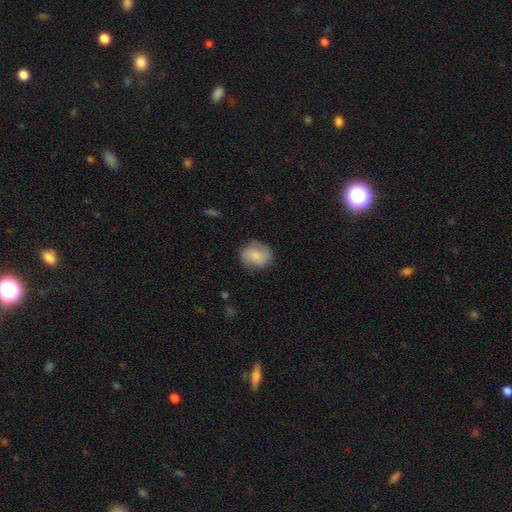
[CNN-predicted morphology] A smooth galaxy with no disk features (81%) that is round (58%). Merging: none (74%).